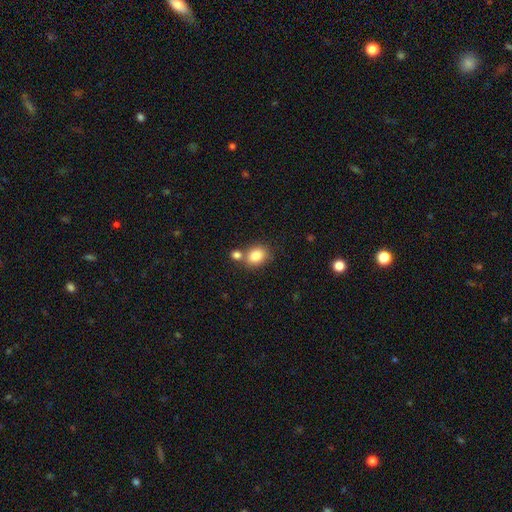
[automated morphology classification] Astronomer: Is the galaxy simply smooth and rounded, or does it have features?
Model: smooth — 83%.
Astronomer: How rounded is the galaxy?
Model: in between — 51% (runner-up: round, 48%).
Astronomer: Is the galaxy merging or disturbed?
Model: none — 59%.